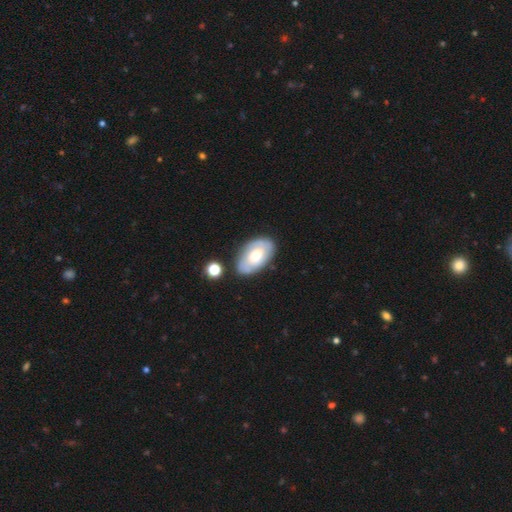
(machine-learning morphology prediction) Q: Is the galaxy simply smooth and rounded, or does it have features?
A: featured or disk — 52%.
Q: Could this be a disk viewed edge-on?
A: no — 93%.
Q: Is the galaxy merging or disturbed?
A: none — 72%.